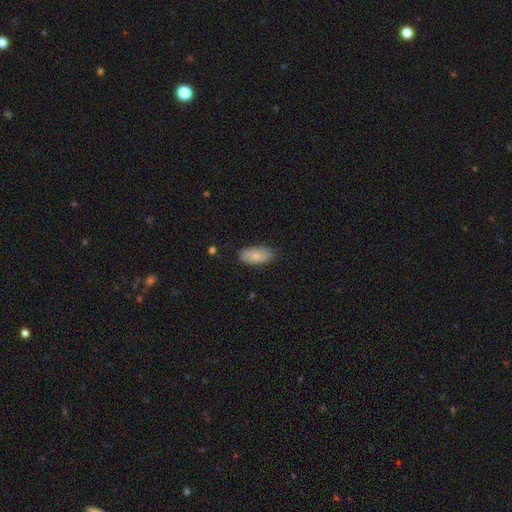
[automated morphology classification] smooth-or-featured: smooth: 74% | featured or disk: 21% | star or artifact: 6%
  how-rounded: in between: 93% | cigar-shaped: 4% | round: 3%
  merging: none: 78% | minor disturbance: 18% | major disturbance: 3% | merger: 1%